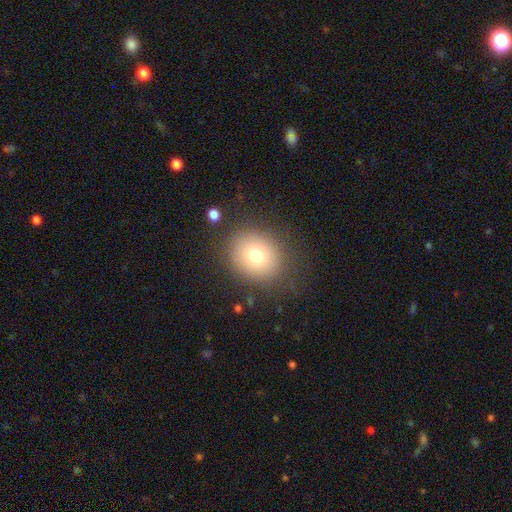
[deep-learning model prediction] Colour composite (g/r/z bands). It shows a smooth galaxy with no disk features (74%) that is round (74%). Merging: none (83%).